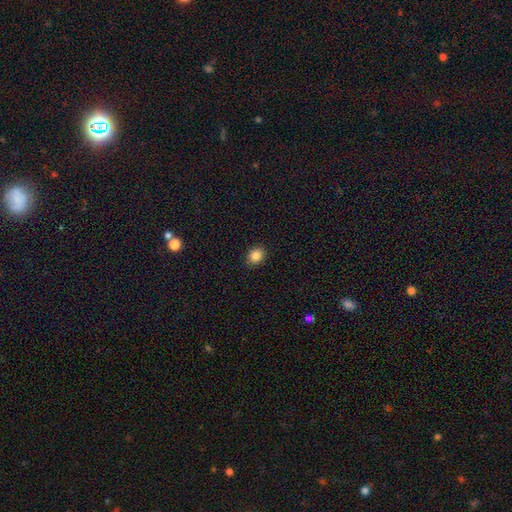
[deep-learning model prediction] A smooth galaxy with no disk features (85%) that is in between round and cigar-shaped (50%).

Vote fractions:
- Smooth or featured? smooth: 85% / star or artifact: 10% / featured or disk: 5%
- How rounded? in between: 50% / round: 49% / cigar-shaped: 1%
- Merging? none: 89% / minor disturbance: 8% / major disturbance: 2% / merger: 1%